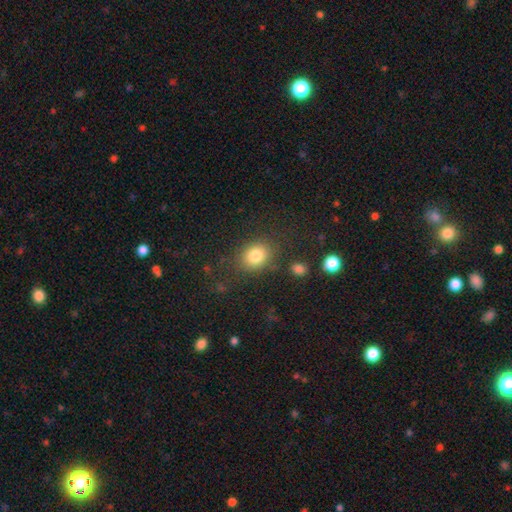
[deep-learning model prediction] Smooth or featured?
  - smooth: 82% *
  - star or artifact: 11%
  - featured or disk: 8%
How rounded?
  - round: 53% *
  - in between: 46%
  - cigar-shaped: 1%
Merging?
  - none: 79% *
  - minor disturbance: 12%
  - major disturbance: 5%
  - merger: 3%